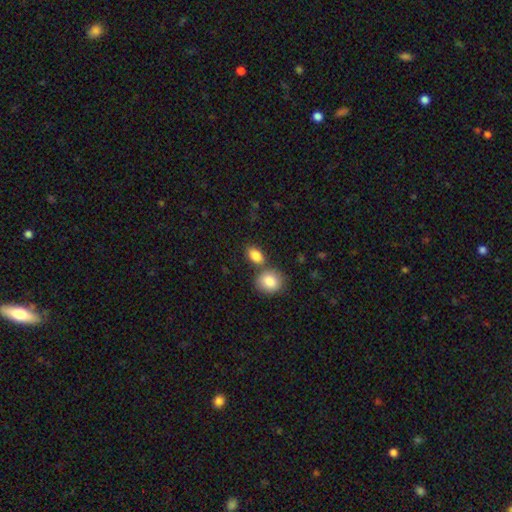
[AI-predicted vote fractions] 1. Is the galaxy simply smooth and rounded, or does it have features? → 86% smooth, 8% star or artifact, 6% featured or disk.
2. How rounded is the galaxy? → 81% in between, 17% round, 2% cigar-shaped.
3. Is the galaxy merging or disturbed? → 56% none, 29% merger, 11% minor disturbance, 4% major disturbance.